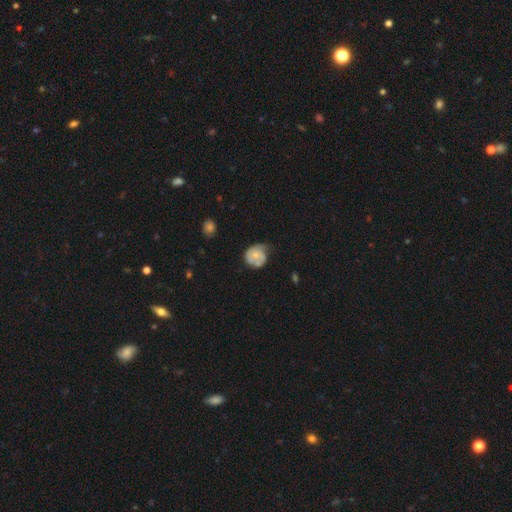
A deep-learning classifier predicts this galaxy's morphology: The model was most divided on "merging": none: 40%, minor disturbance: 39%, major disturbance: 18%, merger: 4%. More confident: how rounded — round (71%); smooth or featured — smooth (52%).